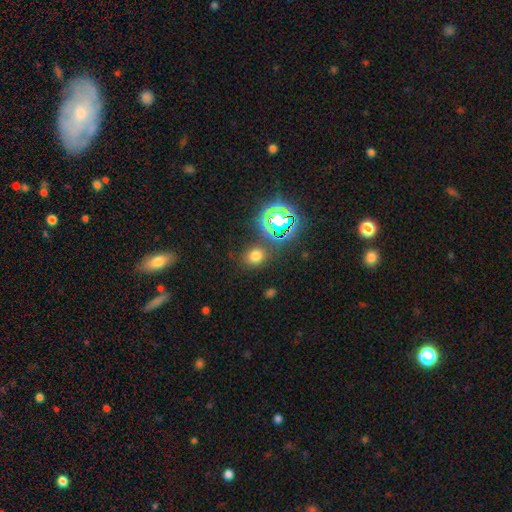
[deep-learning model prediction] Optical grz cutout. It shows a smooth galaxy with no disk features (65%) that is round (63%). Merging: none (79%).